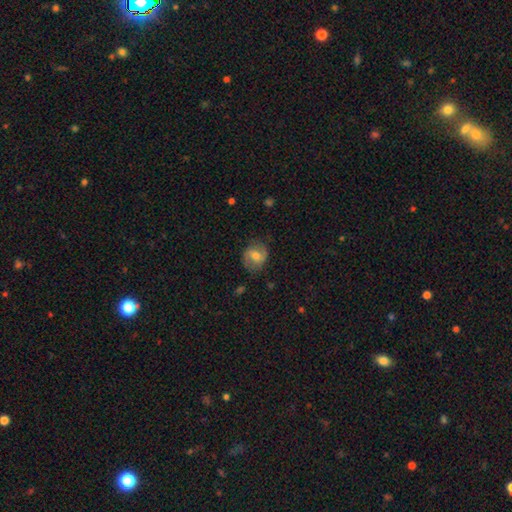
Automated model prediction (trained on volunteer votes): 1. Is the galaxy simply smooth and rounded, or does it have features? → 51% featured or disk, 41% smooth, 8% star or artifact.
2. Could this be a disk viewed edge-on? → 97% no, 3% yes.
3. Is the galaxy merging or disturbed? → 76% none, 17% minor disturbance, 6% major disturbance, 1% merger.